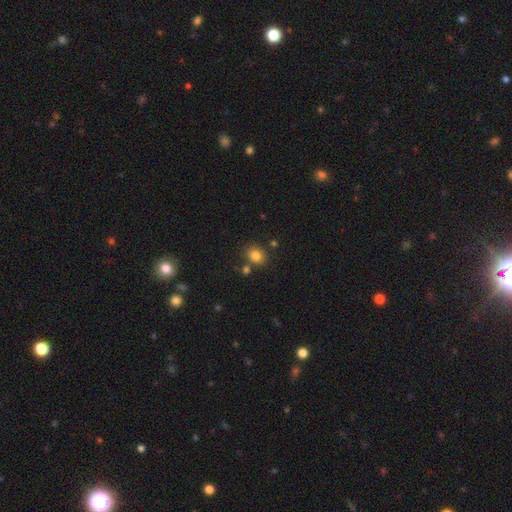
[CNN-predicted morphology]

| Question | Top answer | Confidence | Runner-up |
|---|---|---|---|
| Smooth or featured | smooth | 81% | star or artifact (12%) |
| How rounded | round | 63% | in between (36%) |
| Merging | none | 78% | minor disturbance (10%) |